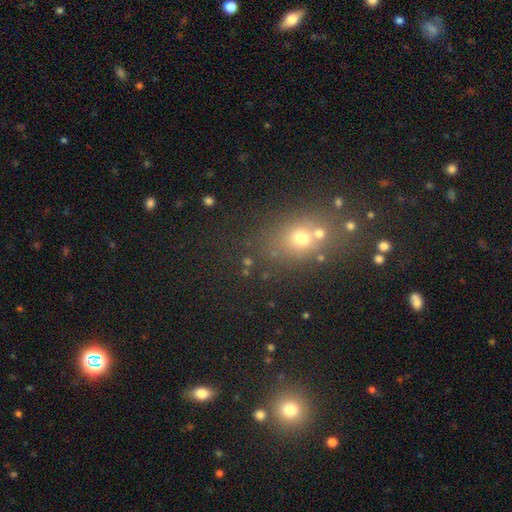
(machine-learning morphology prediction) This is possibly a smooth galaxy (49%). Merging: likely none (72%).